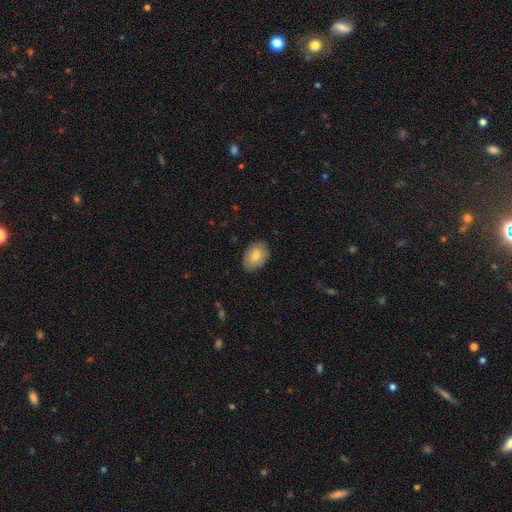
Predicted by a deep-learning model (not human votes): smooth 77%, featured or disk 16%, star or artifact 6%. Down the decision tree: how rounded — in between (84%); merging — none (82%).